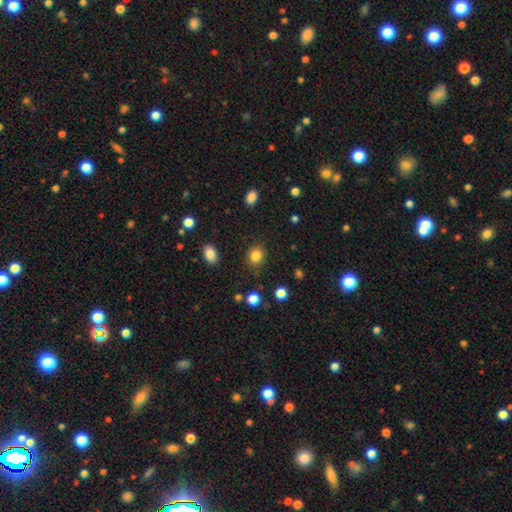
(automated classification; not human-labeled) Q: Smooth or featured?
A: smooth (85%); runner-up: star or artifact (11%)
Q: How rounded?
A: round (75%); runner-up: in between (25%)
Q: Merging?
A: none (86%); runner-up: minor disturbance (9%)